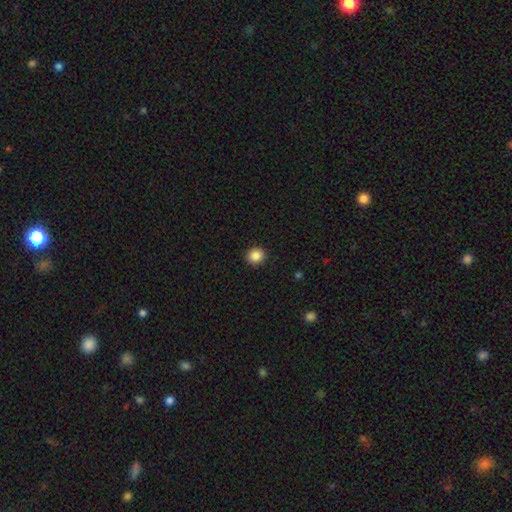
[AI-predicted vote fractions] smooth_or_featured: smooth (p=0.87) [alt: star or artifact p=0.10]
how_rounded: round (p=0.87) [alt: in between p=0.12]
merging: none (p=0.92) [alt: minor disturbance p=0.05]